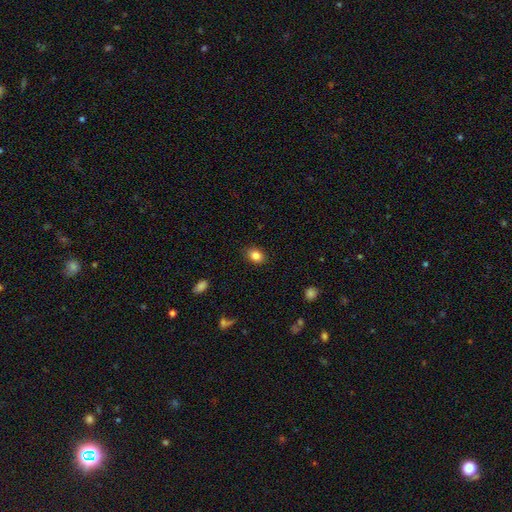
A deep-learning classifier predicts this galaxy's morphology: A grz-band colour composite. It shows a smooth galaxy with no disk features (84%) that is in between round and cigar-shaped (65%). Merging: none (88%).